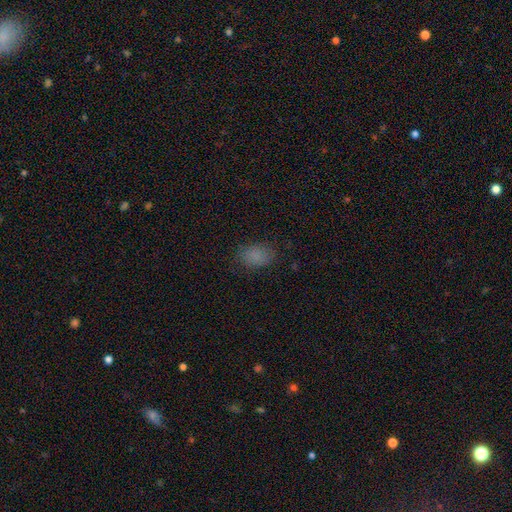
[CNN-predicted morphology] smooth 83%, star or artifact 12%, featured or disk 5%. Down the decision tree: how rounded — in between (85%); merging — none (79%).